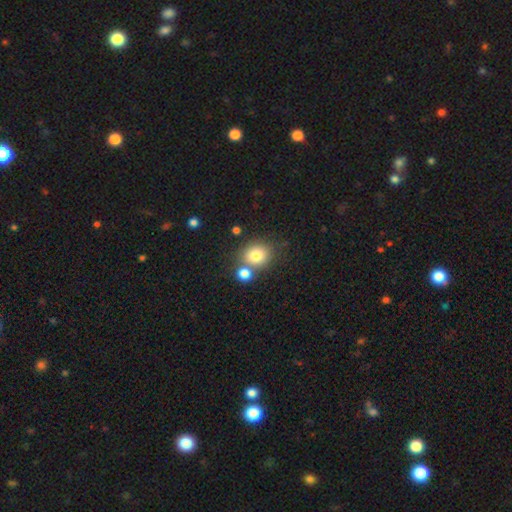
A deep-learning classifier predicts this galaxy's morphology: Smooth or featured?
  - smooth: 78% *
  - star or artifact: 12%
  - featured or disk: 10%
How rounded?
  - round: 74% *
  - in between: 25%
  - cigar-shaped: 1%
Merging?
  - none: 58% *
  - merger: 29%
  - minor disturbance: 9%
  - major disturbance: 3%